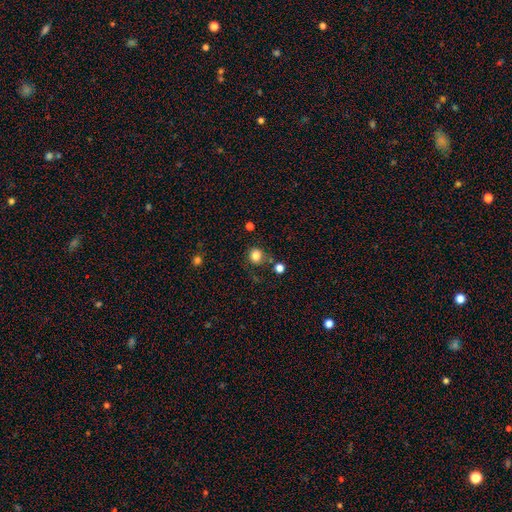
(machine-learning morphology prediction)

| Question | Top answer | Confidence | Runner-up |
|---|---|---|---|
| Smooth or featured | smooth | 83% | star or artifact (12%) |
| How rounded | round | 88% | in between (11%) |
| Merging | none | 73% | minor disturbance (14%) |